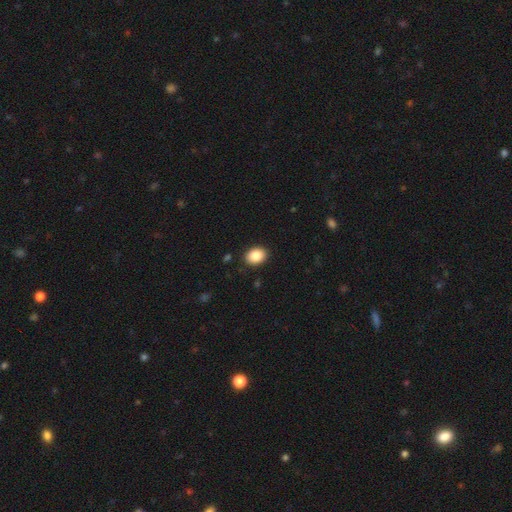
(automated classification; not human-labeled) smooth-or-featured: smooth: 87% | star or artifact: 8% | featured or disk: 5%
  how-rounded: in between: 67% | round: 32% | cigar-shaped: 1%
  merging: none: 90% | minor disturbance: 7% | major disturbance: 2% | merger: 1%